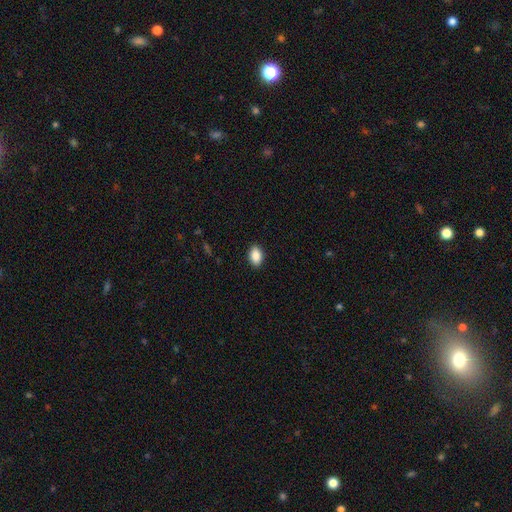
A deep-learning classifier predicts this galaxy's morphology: Smooth or featured? smooth (89%)
How rounded? in between (89%)
Merging? none (90%)